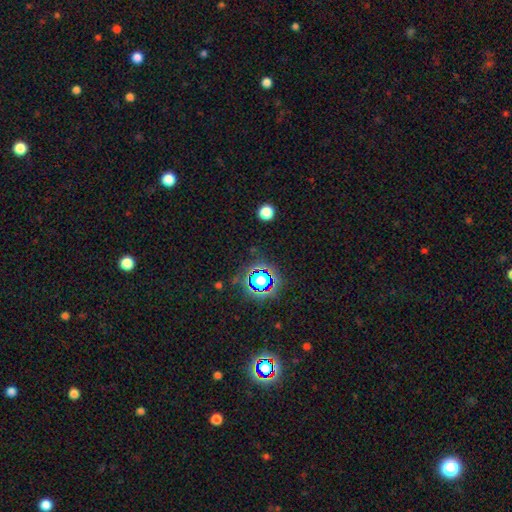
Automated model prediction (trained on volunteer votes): Smooth or featured?
  - star or artifact: 80% *
  - smooth: 13%
  - featured or disk: 7%